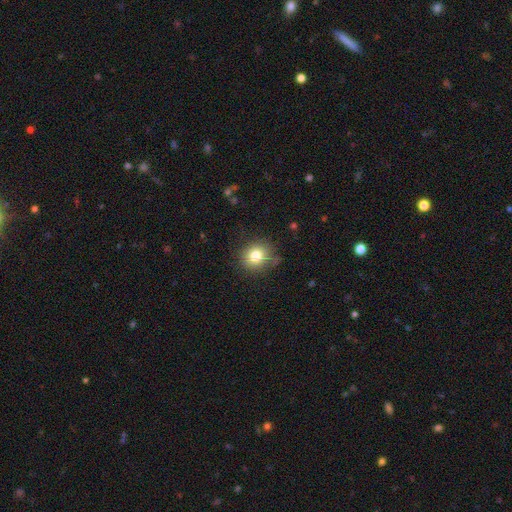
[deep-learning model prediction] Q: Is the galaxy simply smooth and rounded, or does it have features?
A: smooth — 80%.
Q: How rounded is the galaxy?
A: round — 77%.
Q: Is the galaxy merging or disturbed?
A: none — 79%.